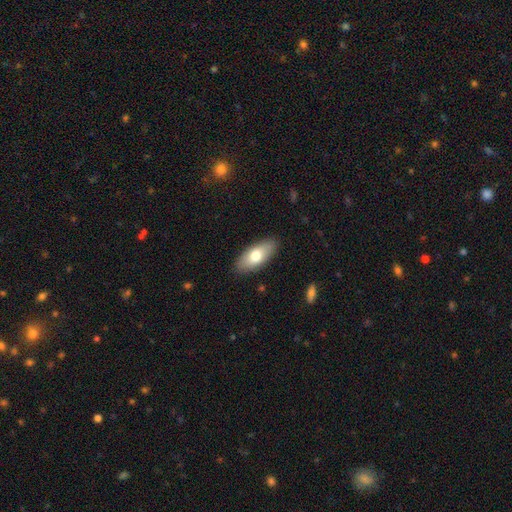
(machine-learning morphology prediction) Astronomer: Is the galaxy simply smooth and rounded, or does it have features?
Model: smooth — 73%.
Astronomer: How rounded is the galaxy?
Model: in between — 84%.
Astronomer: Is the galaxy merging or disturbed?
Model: none — 88%.